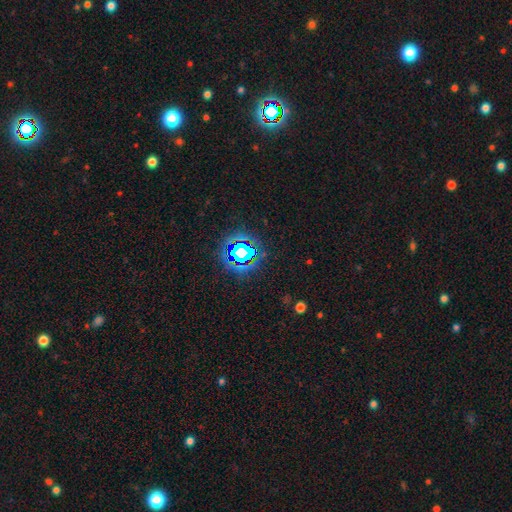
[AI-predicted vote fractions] A star or artifact, not a galaxy (80%).